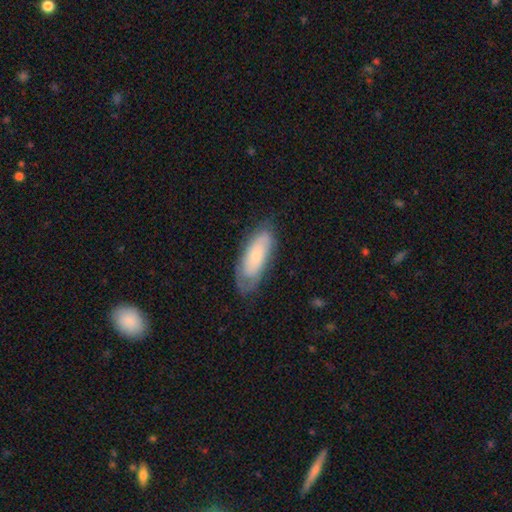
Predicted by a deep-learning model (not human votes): smooth 53%, featured or disk 40%, star or artifact 7%. Down the decision tree: how rounded — in between (72%); merging — none (70%).